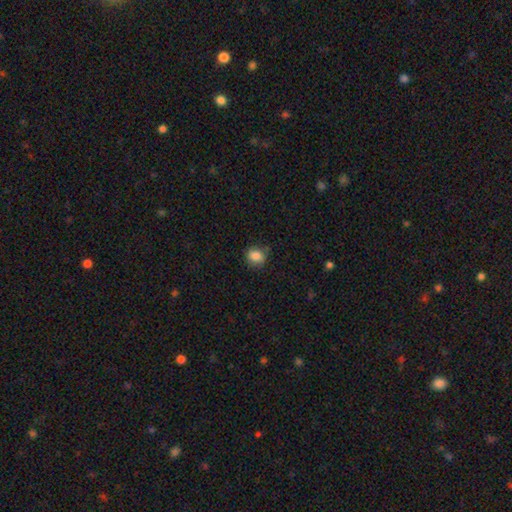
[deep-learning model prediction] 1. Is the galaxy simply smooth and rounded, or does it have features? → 85% smooth, 9% star or artifact, 5% featured or disk.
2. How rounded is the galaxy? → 64% round, 35% in between, 1% cigar-shaped.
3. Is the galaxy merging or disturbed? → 76% none, 18% minor disturbance, 4% major disturbance, 1% merger.